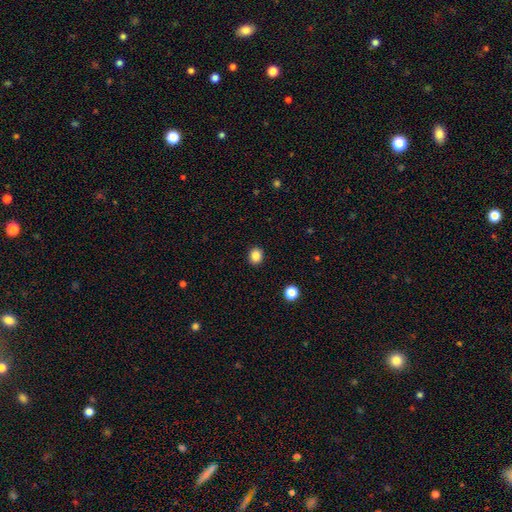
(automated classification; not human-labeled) Smooth or featured? smooth (85%)
How rounded? round (69%)
Merging? none (91%)